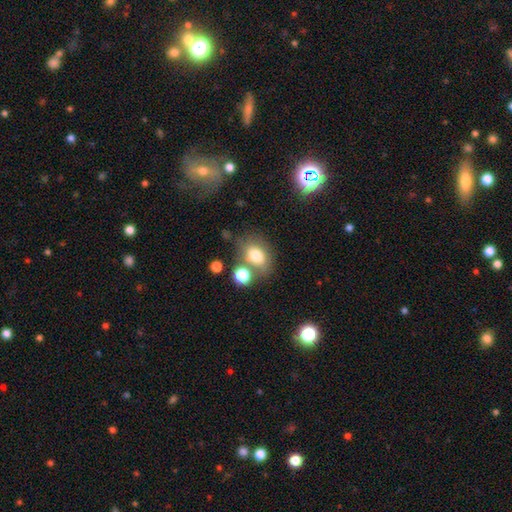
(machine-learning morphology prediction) This appears to be a smooth galaxy with no disk features (74%) that is in between round and cigar-shaped (65%). Merging: none (54%).